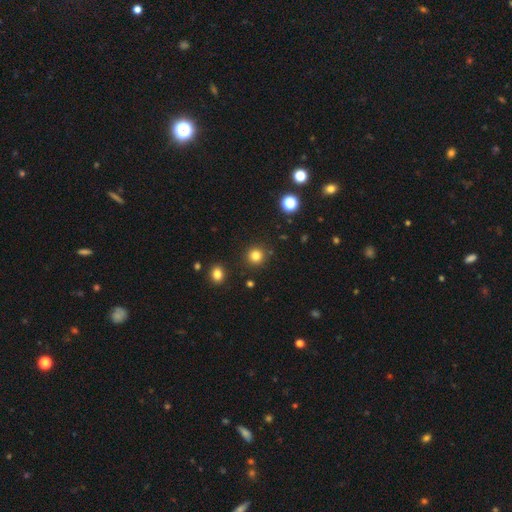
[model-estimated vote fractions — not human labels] Smooth or featured?
  - smooth: 82% *
  - star or artifact: 13%
  - featured or disk: 5%
How rounded?
  - round: 93% *
  - in between: 6%
  - cigar-shaped: 1%
Merging?
  - none: 90% *
  - minor disturbance: 6%
  - major disturbance: 2%
  - merger: 2%